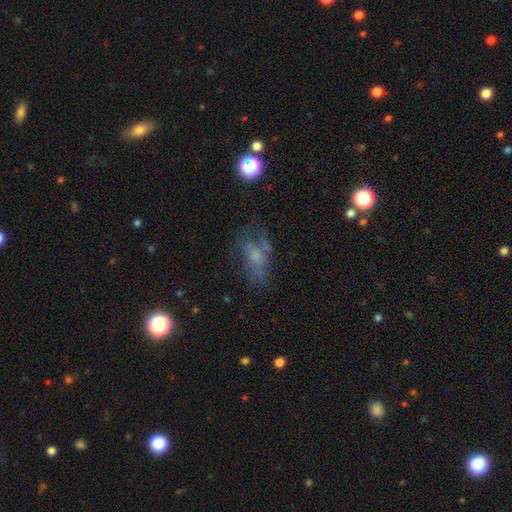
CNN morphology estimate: smooth_or_featured: smooth (p=0.49) [alt: featured or disk p=0.34]
merging: none (p=0.46) [alt: major disturbance p=0.24]